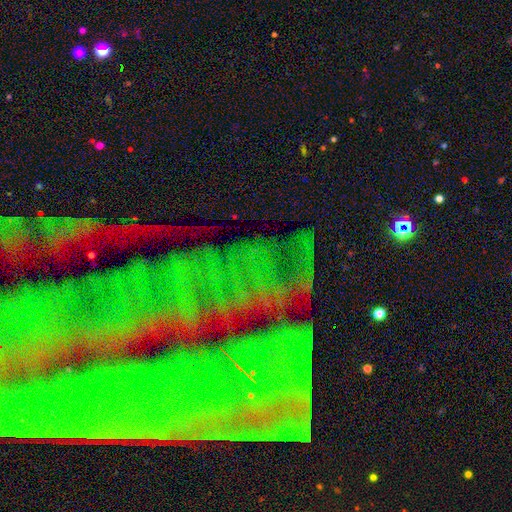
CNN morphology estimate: This appears to be a star or artifact, not a galaxy (71%).